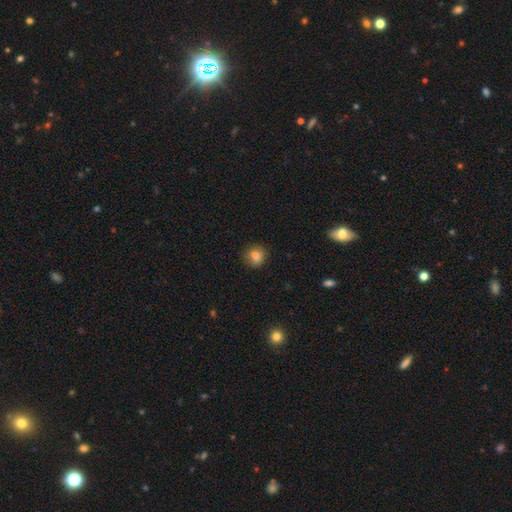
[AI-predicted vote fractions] A smooth galaxy with no disk features (83%) that is round (83%). Merging: none (84%).